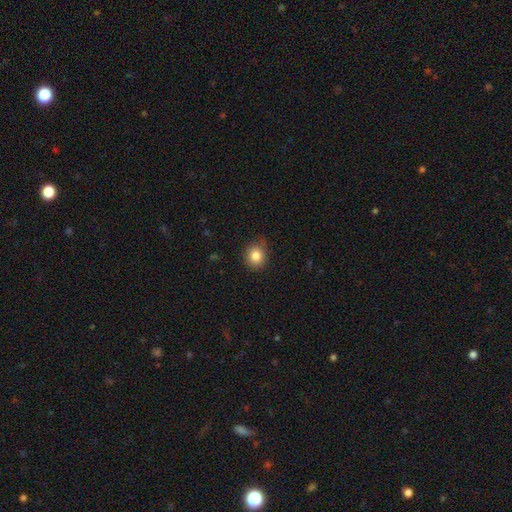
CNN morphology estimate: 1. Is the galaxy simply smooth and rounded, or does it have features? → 84% smooth, 10% star or artifact, 6% featured or disk.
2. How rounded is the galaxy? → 79% round, 20% in between, 1% cigar-shaped.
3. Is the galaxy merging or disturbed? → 79% none, 17% minor disturbance, 3% major disturbance, 1% merger.